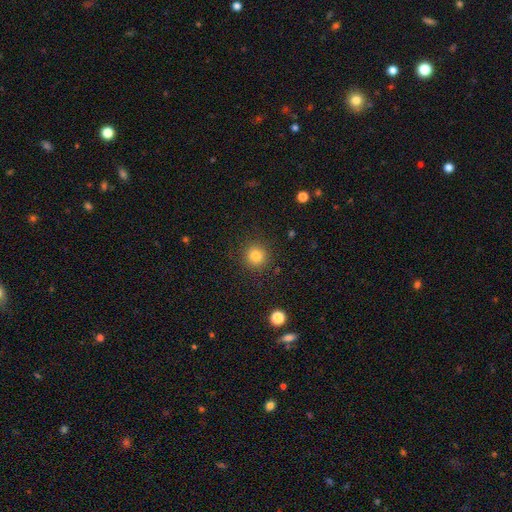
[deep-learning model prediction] smooth 83%, star or artifact 12%, featured or disk 5%. Down the decision tree: how rounded — round (93%); merging — none (89%).